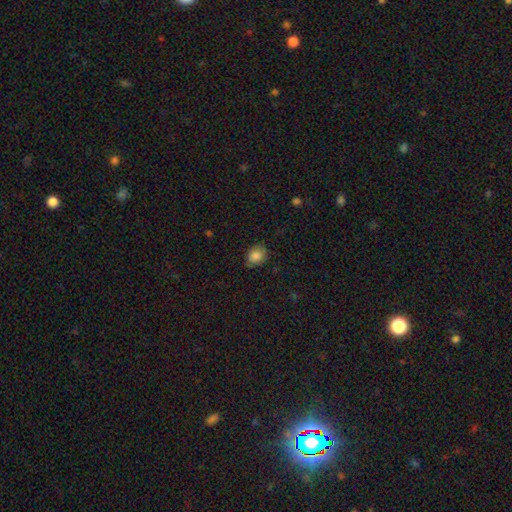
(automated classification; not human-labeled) A smooth galaxy with no disk features (85%) that is in between round and cigar-shaped (50%). Merging: none (74%).